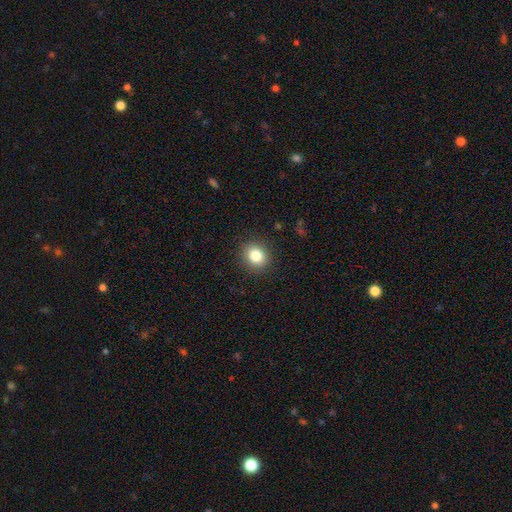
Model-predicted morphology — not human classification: This is clearly a smooth galaxy (83%). How rounded: likely round (75%). Merging: clearly none (89%).